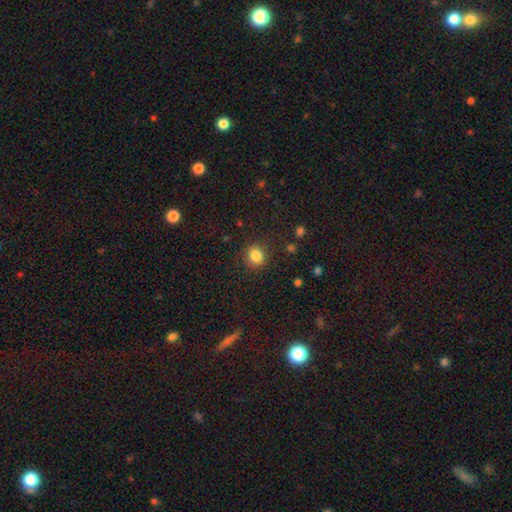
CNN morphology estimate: Smooth or featured? smooth (84%)
How rounded? round (71%)
Merging? none (86%)